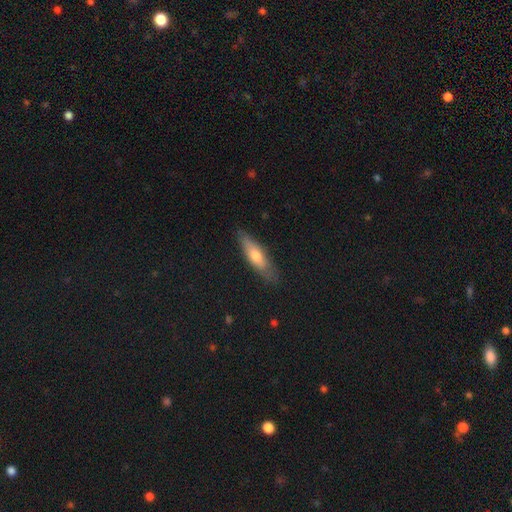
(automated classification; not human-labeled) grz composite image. It shows a smooth galaxy with no disk features (60%) that is cigar-shaped (61%). Merging: none (82%).